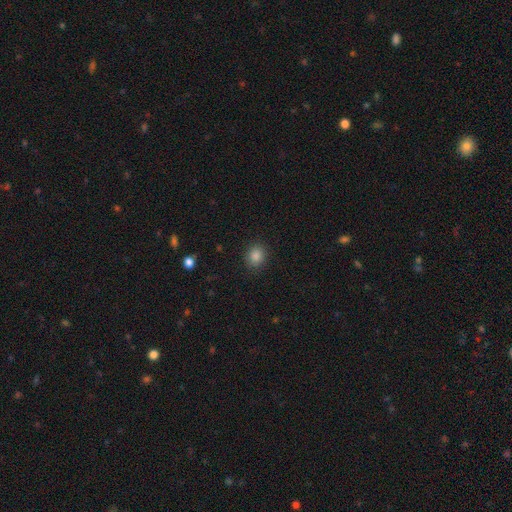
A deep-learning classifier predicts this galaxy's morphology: The model was most divided on "how rounded": round: 68%, in between: 31%, cigar-shaped: 1%. More confident: merging — none (89%); smooth or featured — smooth (86%).